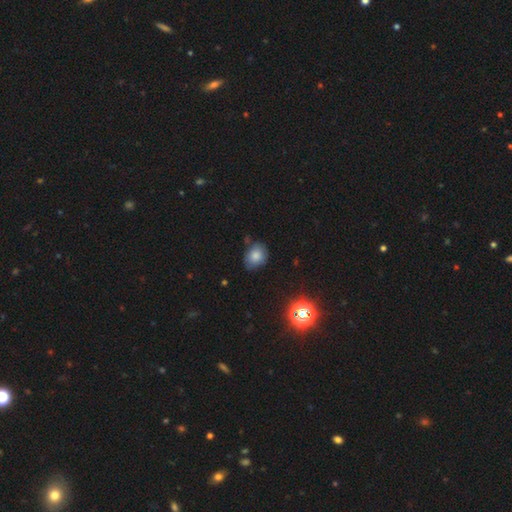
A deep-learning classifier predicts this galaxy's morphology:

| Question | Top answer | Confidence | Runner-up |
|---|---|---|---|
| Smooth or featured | smooth | 78% | star or artifact (12%) |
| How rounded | in between | 53% | round (46%) |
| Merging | none | 69% | minor disturbance (22%) |